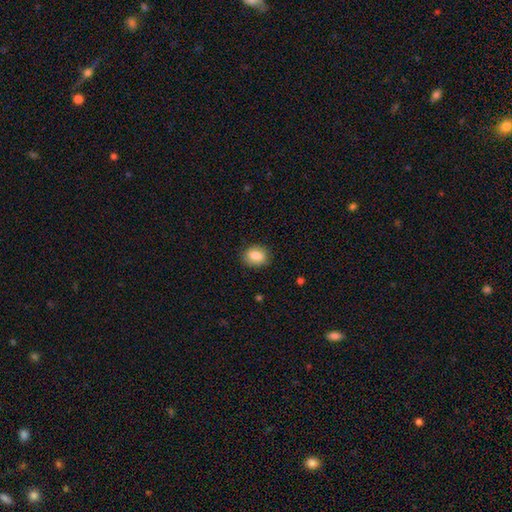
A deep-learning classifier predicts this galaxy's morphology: smooth 85%, star or artifact 8%, featured or disk 7%. Down the decision tree: how rounded — in between (58%); merging — none (83%).